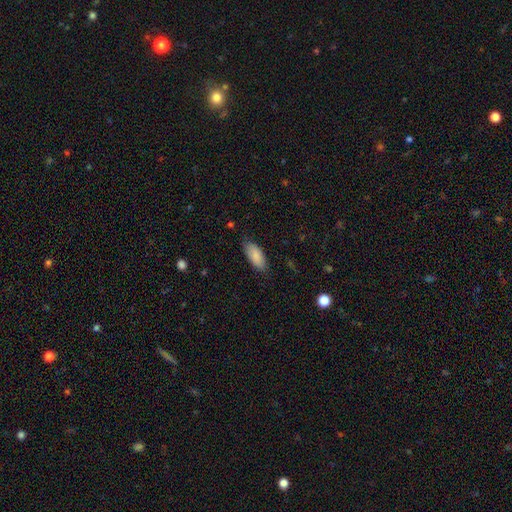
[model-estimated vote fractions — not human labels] smooth 86%, featured or disk 8%, star or artifact 6%. Down the decision tree: how rounded — in between (87%); merging — none (80%).